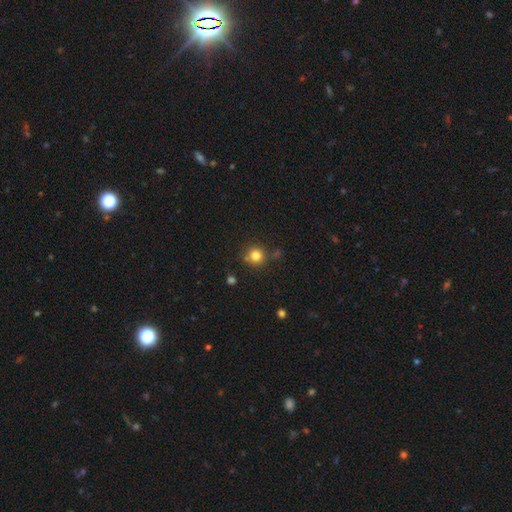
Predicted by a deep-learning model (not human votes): Overall: smooth (81%). How rounded: round (93%). Merging: none (78%).